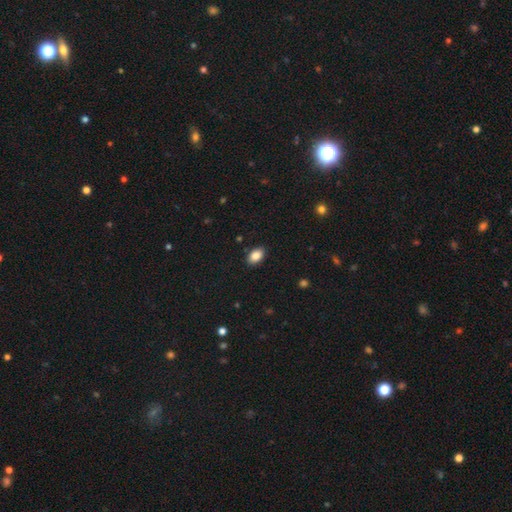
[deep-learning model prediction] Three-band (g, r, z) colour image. It shows a smooth galaxy with no disk features (87%) that is in between round and cigar-shaped (88%). Merging: none (88%).